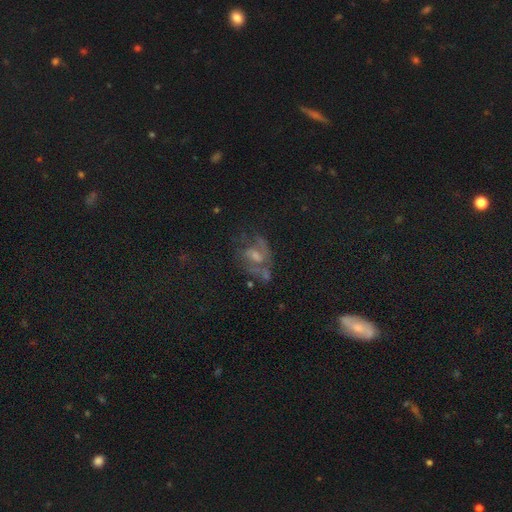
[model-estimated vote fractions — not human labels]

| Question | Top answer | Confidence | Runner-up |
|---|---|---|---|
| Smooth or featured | featured or disk | 49% | star or artifact (32%) |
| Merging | none | 48% | major disturbance (23%) |